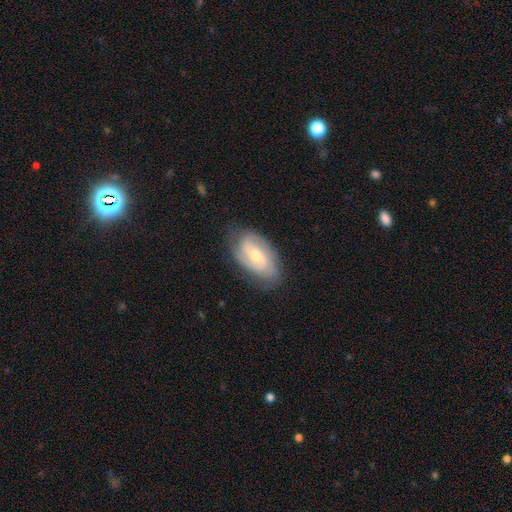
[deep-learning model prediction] Morphology: type=featured or disk (76%); edge-on=no (95%); bar=no (43%, tied with weak); spiral arms=yes (92%); winding=tight (46%); arm count=2 (54%); bulge=moderate (49%); merging=none (75%).